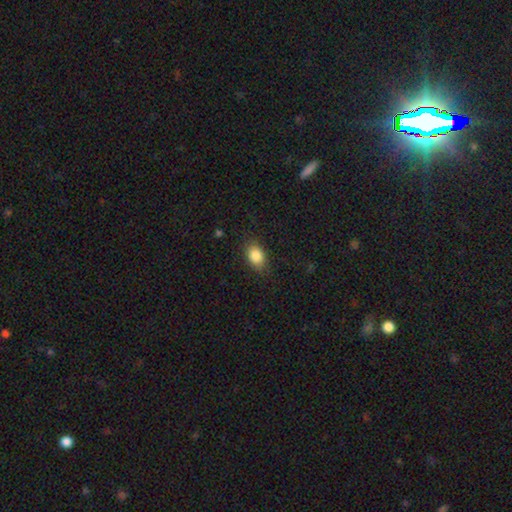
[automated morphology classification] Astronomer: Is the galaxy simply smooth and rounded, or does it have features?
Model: smooth — 85%.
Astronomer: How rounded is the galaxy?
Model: in between — 79%.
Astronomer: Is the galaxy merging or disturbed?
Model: none — 82%.